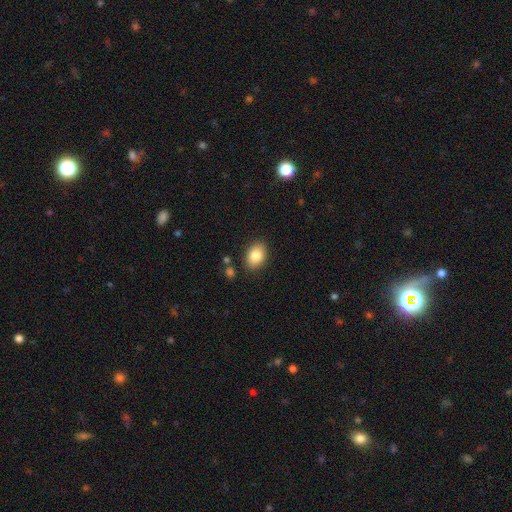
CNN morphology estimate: This appears to be a smooth galaxy with no disk features (83%) that is in between round and cigar-shaped (79%). Merging: none (85%).